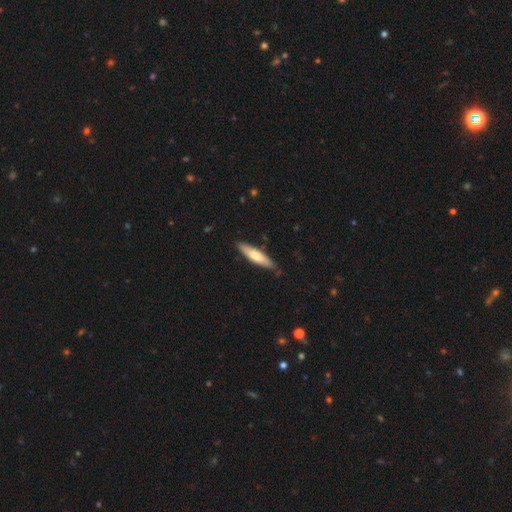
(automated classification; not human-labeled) Smooth or featured? smooth (63%)
How rounded? cigar-shaped (75%)
Merging? none (86%)